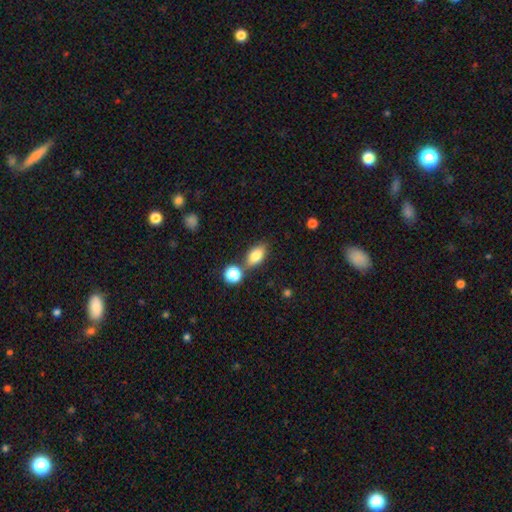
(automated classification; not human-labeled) This is likely a smooth galaxy (80%). How rounded: clearly in between (85%). Merging: likely none (69%).